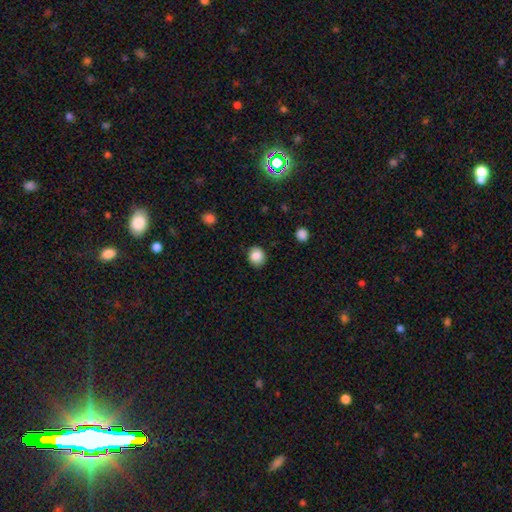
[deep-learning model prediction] This is clearly a smooth galaxy (86%). How rounded: likely round (72%). Merging: clearly none (84%).